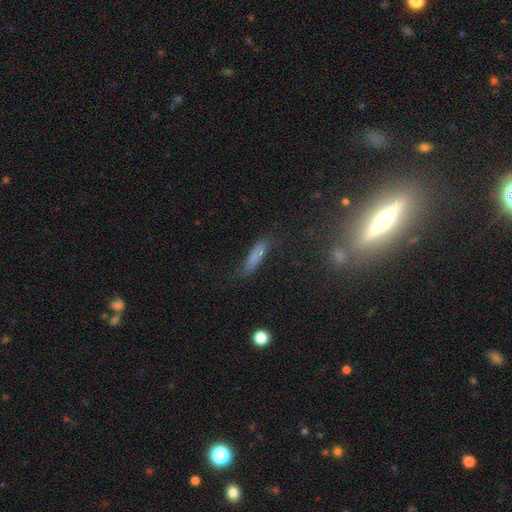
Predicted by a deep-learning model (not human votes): smooth_or_featured: smooth (p=0.78) [alt: featured or disk p=0.13]
how_rounded: cigar-shaped (p=0.72) [alt: in between p=0.25]
merging: none (p=0.70) [alt: minor disturbance p=0.20]